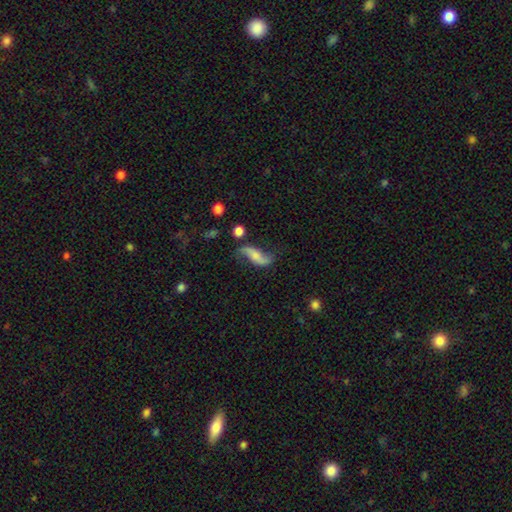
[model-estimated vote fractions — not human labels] Morphology: type=featured or disk (73%); edge-on=no (92%); bar=no (54%); spiral arms=yes (93%); winding=loose (88%); arm count=2 (92%); bulge=small (41%); merging=none (66%).